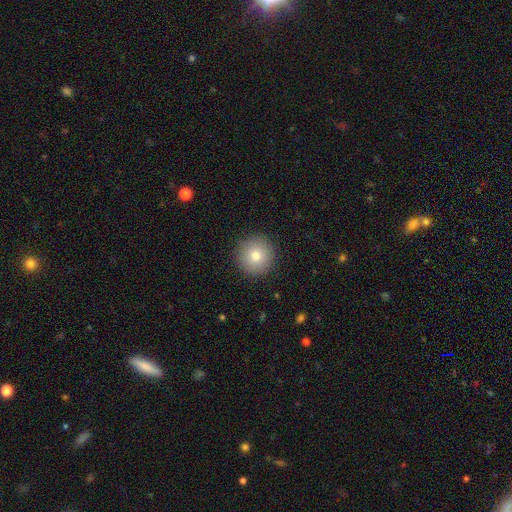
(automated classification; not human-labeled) Smooth or featured? smooth (77%)
How rounded? round (96%)
Merging? none (92%)